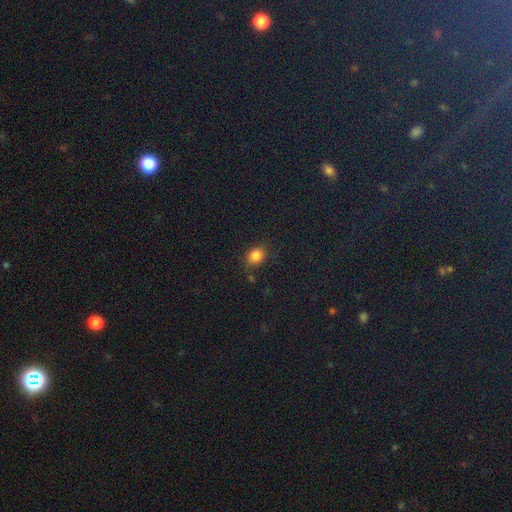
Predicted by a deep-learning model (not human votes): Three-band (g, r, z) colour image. It shows a smooth galaxy with no disk features (83%) that is round (51%). Merging: none (76%).